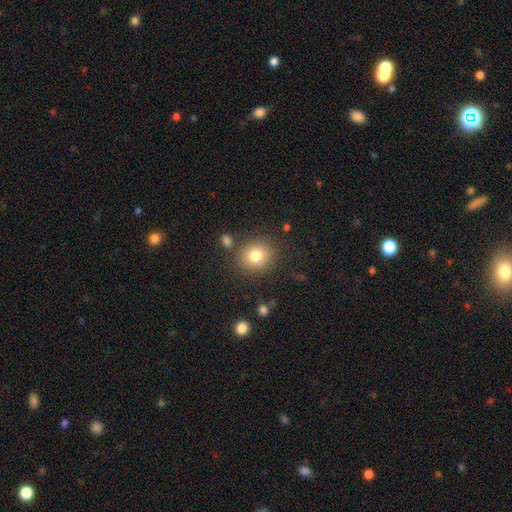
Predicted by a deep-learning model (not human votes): This is likely a smooth galaxy (80%). How rounded: likely round (78%). Merging: clearly none (81%).